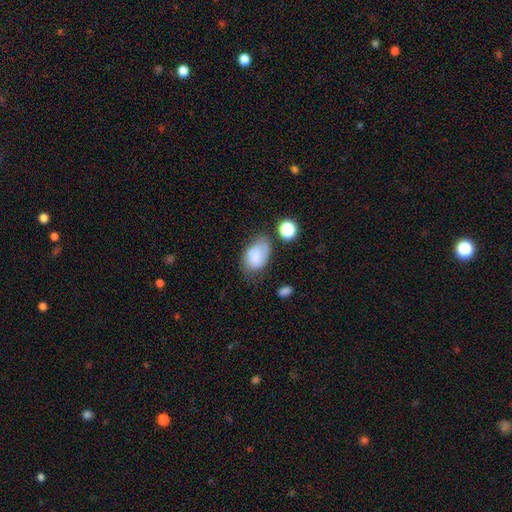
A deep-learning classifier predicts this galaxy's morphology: smooth-or-featured: smooth: 68% | featured or disk: 22% | star or artifact: 11%
  how-rounded: in between: 84% | round: 14% | cigar-shaped: 1%
  merging: none: 46% | minor disturbance: 30% | major disturbance: 16% | merger: 8%